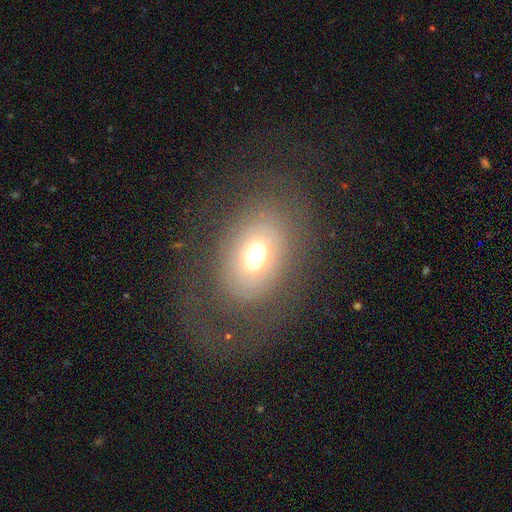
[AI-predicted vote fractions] Smooth or featured? smooth (53%)
How rounded? in between (73%)
Merging? none (68%)